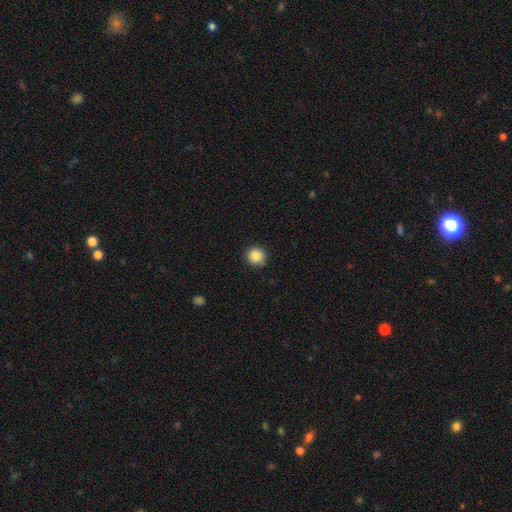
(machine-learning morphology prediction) Smooth or featured: smooth — 86% (star or artifact — 9%)
How rounded: round — 95% (in between — 4%)
Merging: none — 89% (minor disturbance — 8%)